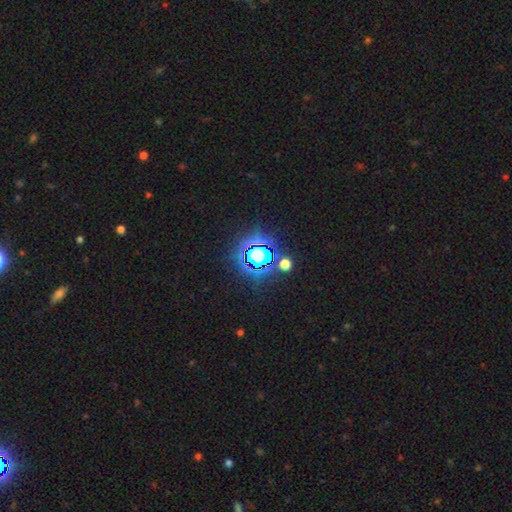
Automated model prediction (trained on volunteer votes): Smooth or featured? star or artifact (83%)